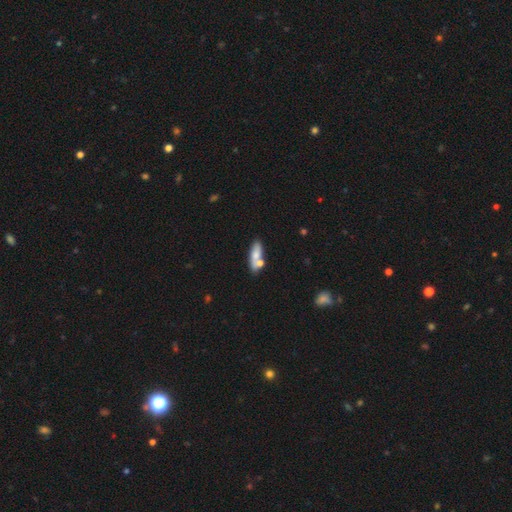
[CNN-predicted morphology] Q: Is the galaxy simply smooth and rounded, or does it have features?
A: smooth — 67%.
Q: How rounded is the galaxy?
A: in between — 60%.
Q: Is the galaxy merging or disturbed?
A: none — 57%.